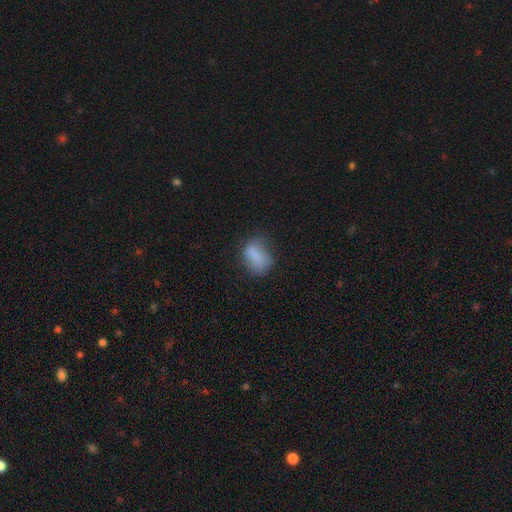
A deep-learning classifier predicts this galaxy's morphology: Smooth or featured? Predicted: smooth (p=0.76). How rounded? Predicted: in between (p=0.77). Merging? Predicted: none (p=0.50).